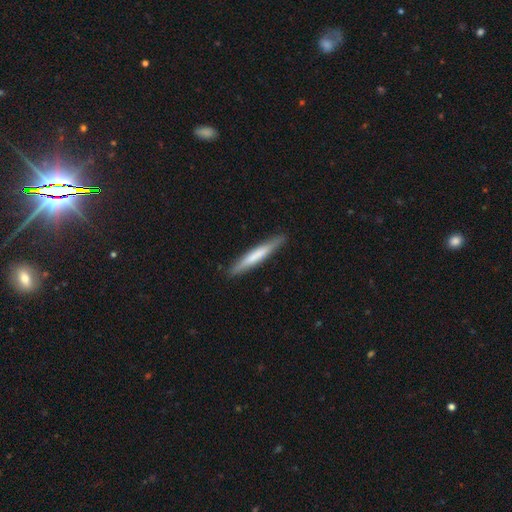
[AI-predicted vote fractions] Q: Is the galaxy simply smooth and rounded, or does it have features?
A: smooth — 62%.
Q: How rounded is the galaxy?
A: cigar-shaped — 95%.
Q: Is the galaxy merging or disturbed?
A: none — 89%.